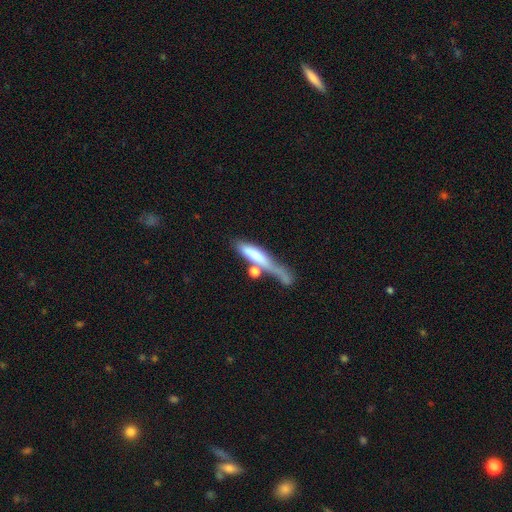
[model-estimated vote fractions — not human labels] Smooth or featured? smooth (64%)
How rounded? cigar-shaped (73%)
Merging? merger (37%)